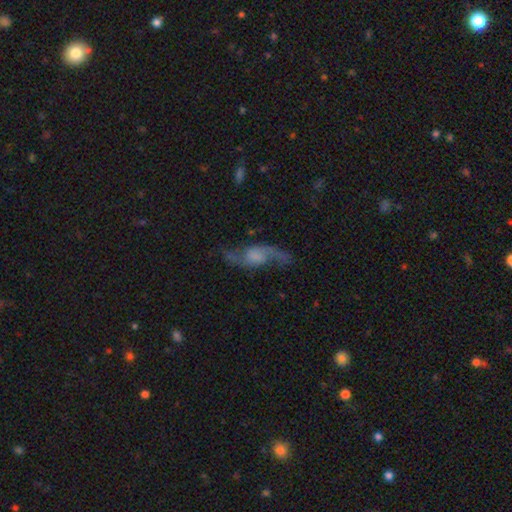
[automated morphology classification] Q: Smooth or featured?
A: featured or disk (79%); runner-up: smooth (13%)
Q: Edge-on disk?
A: no (87%); runner-up: yes (13%)
Q: Bar?
A: no (56%); runner-up: weak (35%)
Q: Spiral arms?
A: yes (93%); runner-up: no (7%)
Q: Spiral winding?
A: loose (76%); runner-up: medium (20%)
Q: Spiral arm count?
A: 2 (91%); runner-up: can't tell (3%)
Q: Bulge size?
A: none (33%); runner-up: large (23%)
Q: Merging?
A: none (70%); runner-up: minor disturbance (16%)